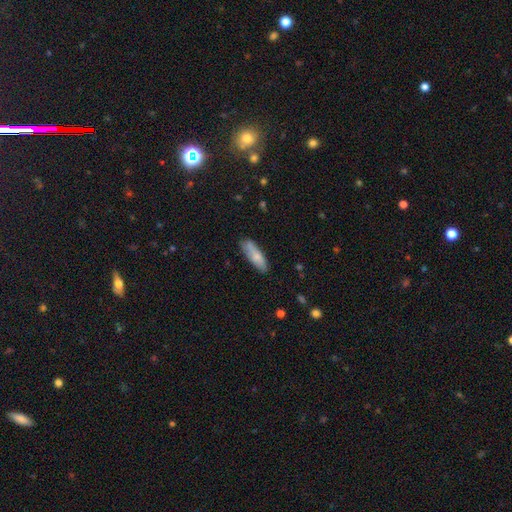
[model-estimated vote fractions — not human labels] Q: Smooth or featured?
A: smooth (76%); runner-up: featured or disk (18%)
Q: How rounded?
A: cigar-shaped (52%); runner-up: in between (46%)
Q: Merging?
A: none (76%); runner-up: minor disturbance (18%)